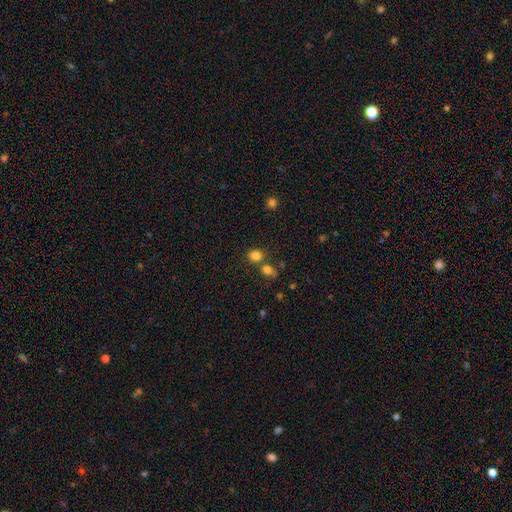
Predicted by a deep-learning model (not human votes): smooth_or_featured: smooth (p=0.81) [alt: star or artifact p=0.14]
how_rounded: round (p=0.75) [alt: in between p=0.24]
merging: none (p=0.63) [alt: merger p=0.25]